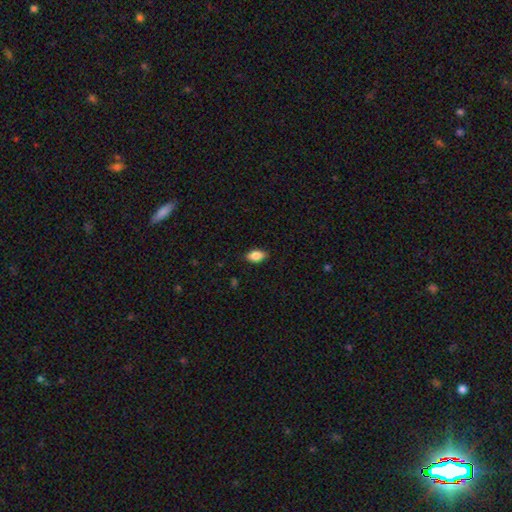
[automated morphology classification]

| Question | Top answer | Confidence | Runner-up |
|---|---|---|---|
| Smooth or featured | smooth | 83% | featured or disk (10%) |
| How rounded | in between | 90% | cigar-shaped (5%) |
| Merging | none | 87% | minor disturbance (10%) |